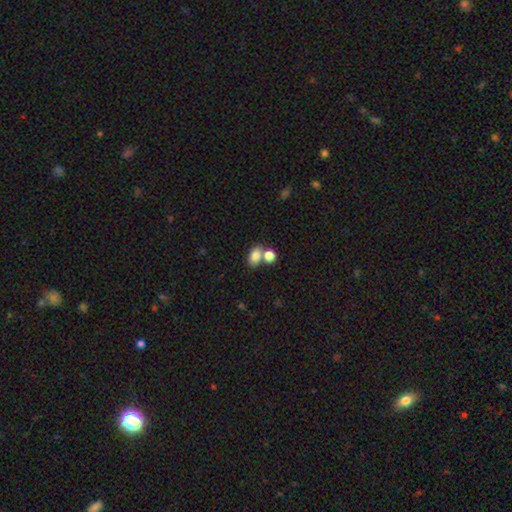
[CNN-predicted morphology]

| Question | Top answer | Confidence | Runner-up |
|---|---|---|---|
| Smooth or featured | smooth | 81% | star or artifact (10%) |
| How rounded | in between | 75% | round (24%) |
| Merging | none | 44% | merger (43%) |